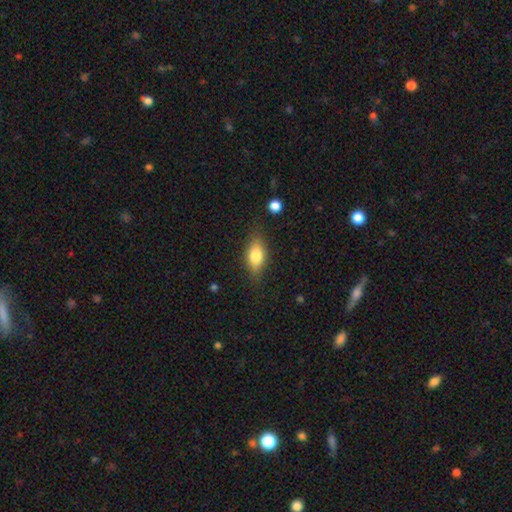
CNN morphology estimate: smooth-or-featured: smooth: 73% | featured or disk: 19% | star or artifact: 8%
  how-rounded: in between: 81% | cigar-shaped: 13% | round: 6%
  merging: none: 78% | minor disturbance: 16% | major disturbance: 4% | merger: 2%